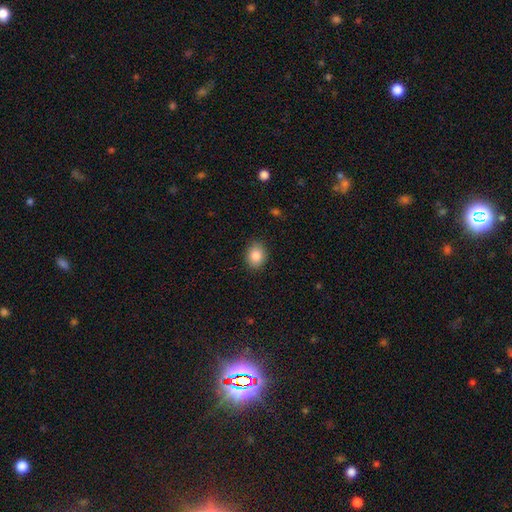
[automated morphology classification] smooth 85%, star or artifact 9%, featured or disk 6%. Down the decision tree: how rounded — in between (51%); merging — none (87%).